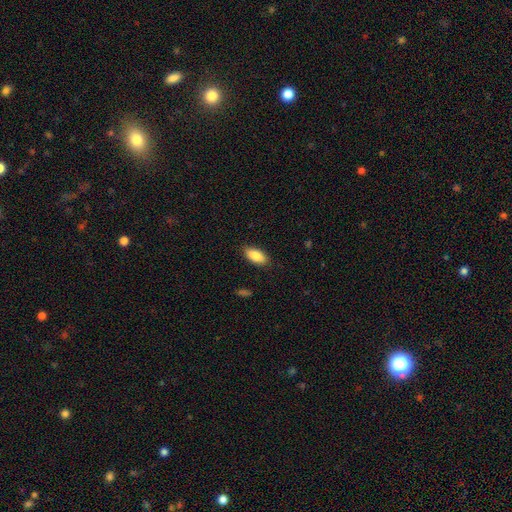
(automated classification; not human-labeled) This is clearly a smooth galaxy (88%). How rounded: clearly in between (88%). Merging: clearly none (87%).